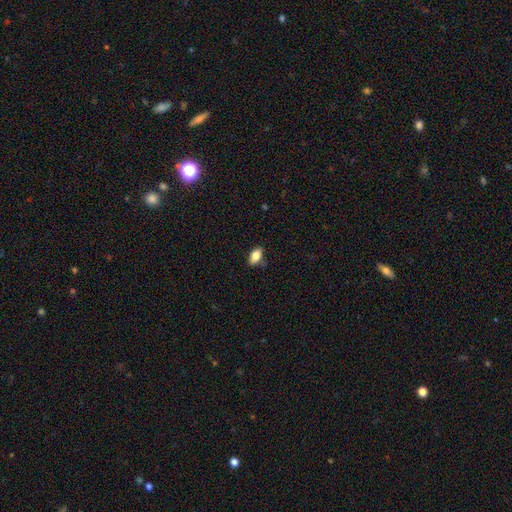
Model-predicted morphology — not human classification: Smooth or featured?
  - smooth: 82% *
  - featured or disk: 10%
  - star or artifact: 8%
How rounded?
  - in between: 89% *
  - cigar-shaped: 6%
  - round: 5%
Merging?
  - none: 82% *
  - minor disturbance: 14%
  - major disturbance: 3%
  - merger: 2%